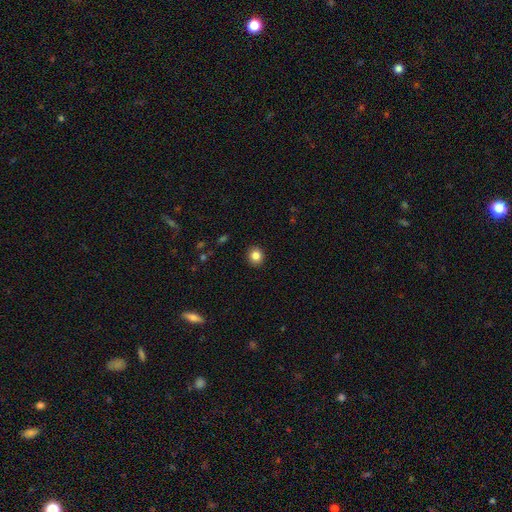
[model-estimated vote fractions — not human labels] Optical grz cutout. It shows a smooth galaxy with no disk features (84%) that is round (84%). Merging: none (92%).